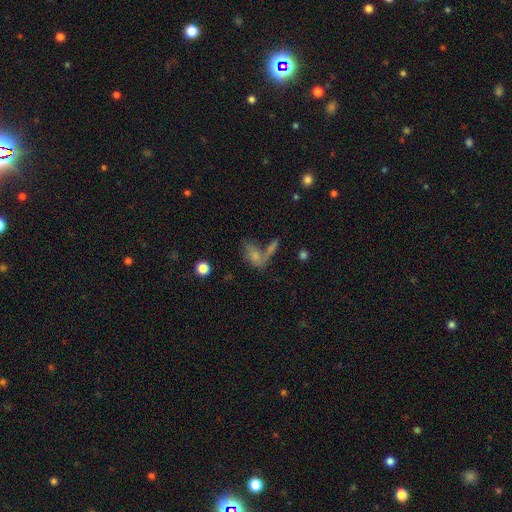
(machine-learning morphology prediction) Smooth or featured?
  - smooth: 67% *
  - featured or disk: 21%
  - star or artifact: 12%
How rounded?
  - in between: 79% *
  - round: 12%
  - cigar-shaped: 9%
Merging?
  - merger: 42% *
  - none: 32%
  - minor disturbance: 13%
  - major disturbance: 13%